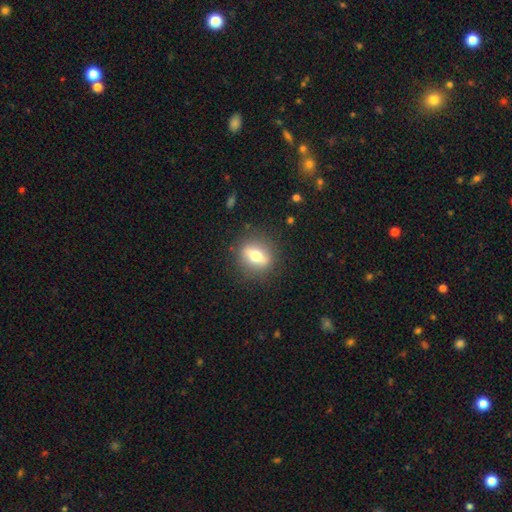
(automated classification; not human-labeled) This is possibly a smooth galaxy (56%). How rounded: possibly in between (47%). Merging: clearly none (85%).